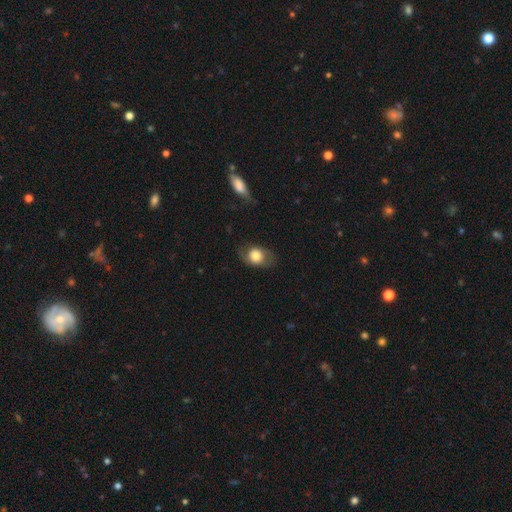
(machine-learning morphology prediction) Smooth or featured?
  - smooth: 67% *
  - featured or disk: 25%
  - star or artifact: 7%
How rounded?
  - in between: 61% *
  - round: 37%
  - cigar-shaped: 1%
Merging?
  - none: 67% *
  - minor disturbance: 21%
  - major disturbance: 10%
  - merger: 2%